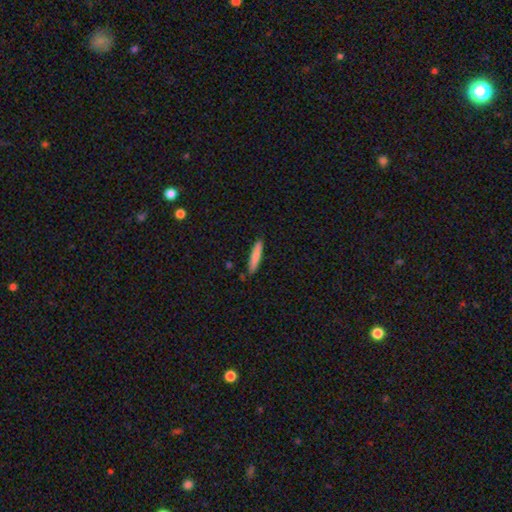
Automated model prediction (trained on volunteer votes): smooth 78%, featured or disk 16%, star or artifact 6%. Down the decision tree: how rounded — cigar-shaped (91%); merging — none (86%).